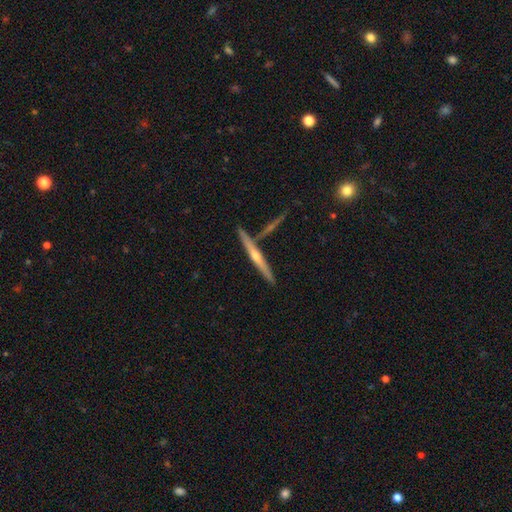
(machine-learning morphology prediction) A featured or disk galaxy (72%) viewed edge-on (97%) with a rounded central bulge (80%). Merging: none (78%).